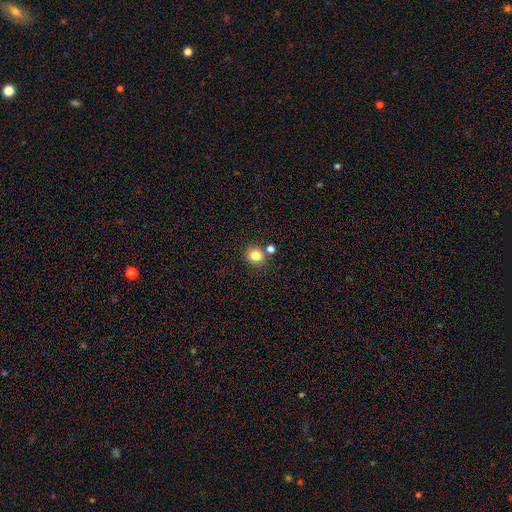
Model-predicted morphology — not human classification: Smooth or featured? Predicted: smooth (p=0.81). How rounded? Predicted: round (p=0.85). Merging? Predicted: none (p=0.71).